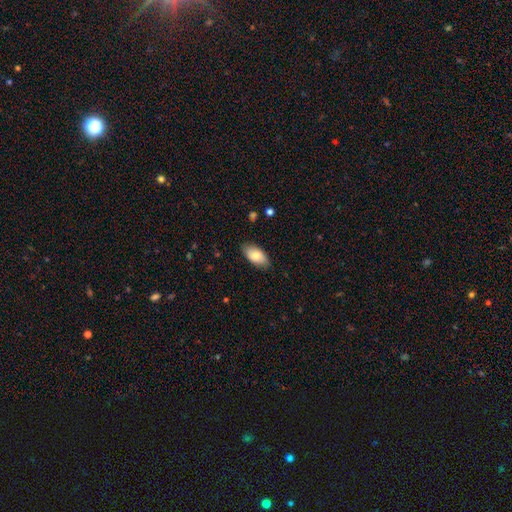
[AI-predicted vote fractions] Smooth or featured?
  - smooth: 78% *
  - featured or disk: 16%
  - star or artifact: 6%
How rounded?
  - in between: 94% *
  - round: 3%
  - cigar-shaped: 3%
Merging?
  - none: 83% *
  - minor disturbance: 13%
  - major disturbance: 2%
  - merger: 1%